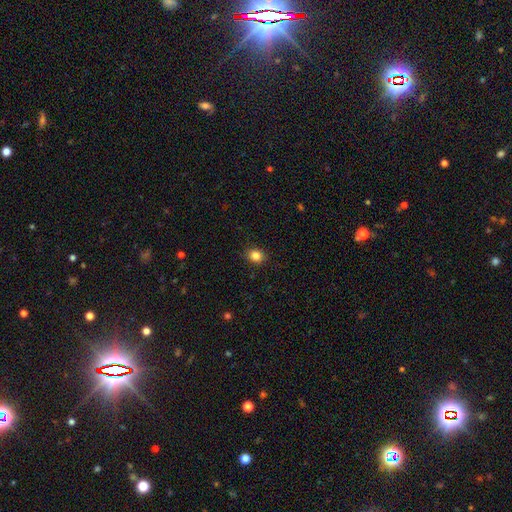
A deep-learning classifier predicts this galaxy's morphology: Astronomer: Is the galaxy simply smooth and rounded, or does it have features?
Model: smooth — 84%.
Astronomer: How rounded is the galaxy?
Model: round — 64%.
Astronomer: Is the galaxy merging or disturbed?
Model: none — 90%.